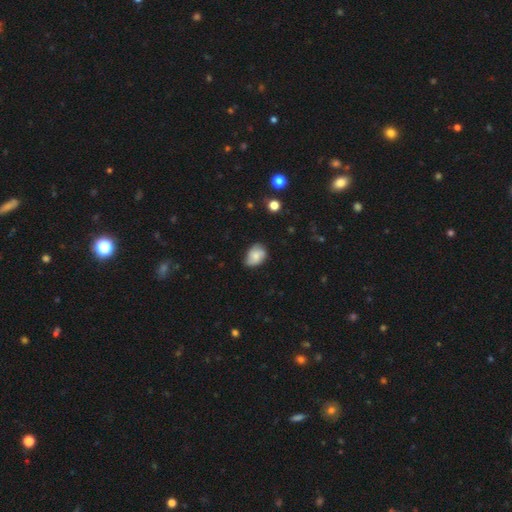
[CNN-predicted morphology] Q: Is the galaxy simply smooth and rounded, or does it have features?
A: smooth — 65%.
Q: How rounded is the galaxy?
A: in between — 75%.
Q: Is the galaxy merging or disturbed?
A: none — 58%.